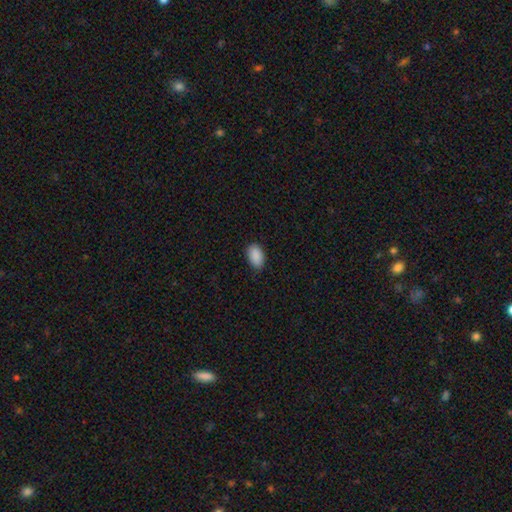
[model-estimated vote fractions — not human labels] smooth_or_featured: smooth (p=0.91) [alt: star or artifact p=0.07]
how_rounded: in between (p=0.94) [alt: round p=0.05]
merging: none (p=0.86) [alt: minor disturbance p=0.11]